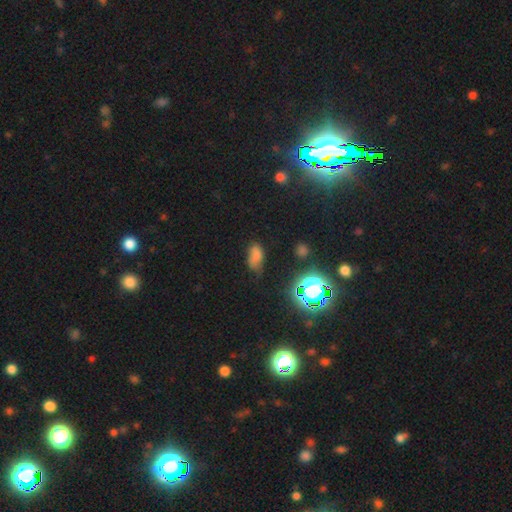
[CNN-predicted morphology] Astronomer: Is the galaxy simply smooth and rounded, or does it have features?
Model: smooth — 66%.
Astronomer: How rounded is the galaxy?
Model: in between — 86%.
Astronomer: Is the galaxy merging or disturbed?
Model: none — 50% (runner-up: minor disturbance, 32%).